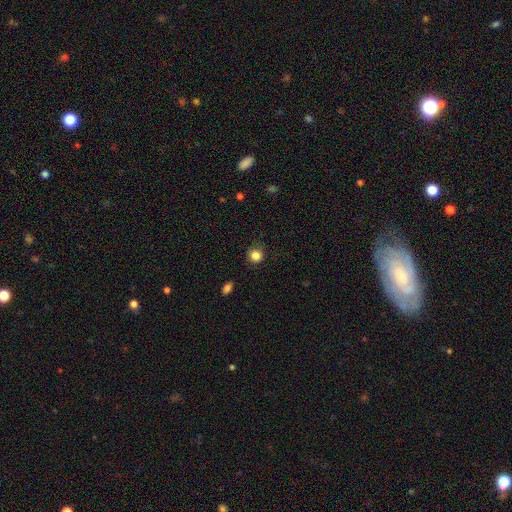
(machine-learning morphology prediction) Smooth or featured? smooth (84%)
How rounded? round (90%)
Merging? none (81%)